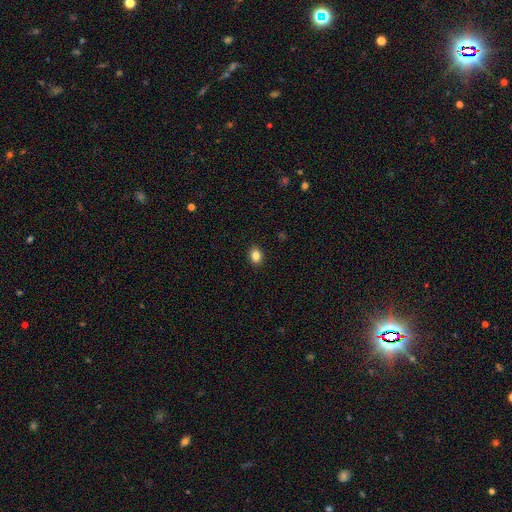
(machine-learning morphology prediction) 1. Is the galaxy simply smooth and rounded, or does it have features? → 85% smooth, 10% star or artifact, 5% featured or disk.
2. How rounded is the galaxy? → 57% in between, 42% round, 1% cigar-shaped.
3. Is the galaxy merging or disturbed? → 91% none, 6% minor disturbance, 2% major disturbance, 1% merger.